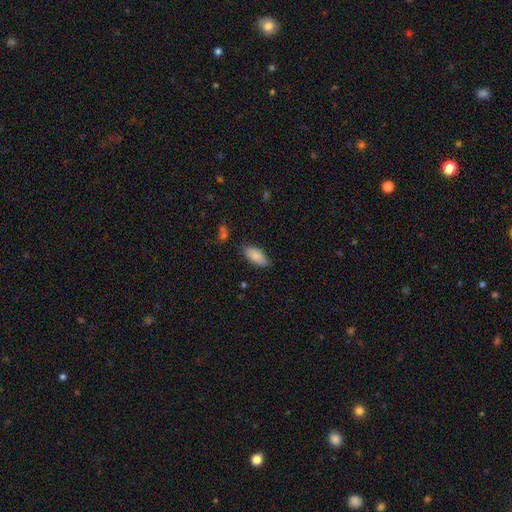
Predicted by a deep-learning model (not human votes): smooth-or-featured: smooth: 86% | featured or disk: 8% | star or artifact: 7%
  how-rounded: in between: 89% | cigar-shaped: 9% | round: 2%
  merging: none: 82% | minor disturbance: 14% | major disturbance: 3% | merger: 2%